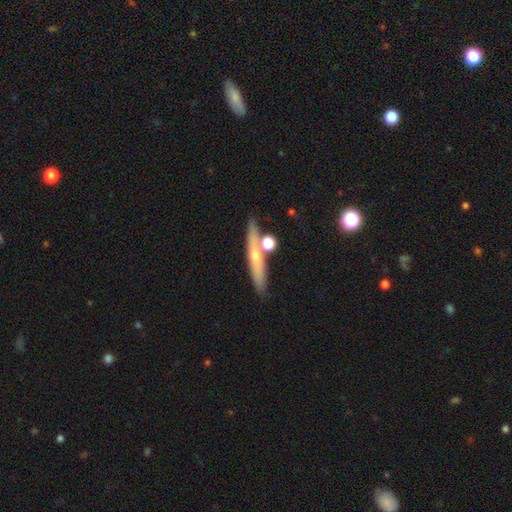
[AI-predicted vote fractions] This appears to be a smooth galaxy with no disk features (47%). Merging: none (73%).